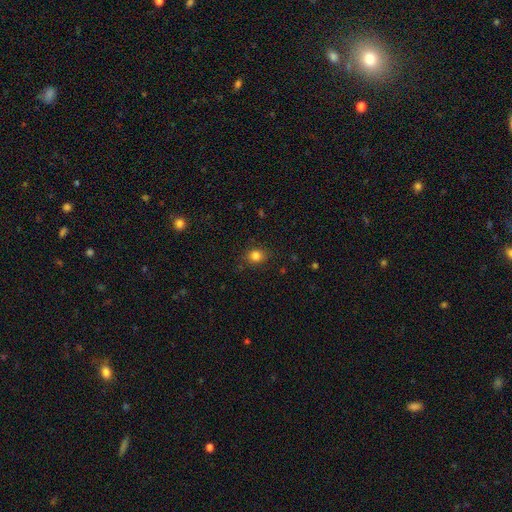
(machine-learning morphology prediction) smooth-or-featured: smooth: 82% | star or artifact: 12% | featured or disk: 6%
  how-rounded: round: 69% | in between: 30% | cigar-shaped: 1%
  merging: none: 84% | minor disturbance: 11% | major disturbance: 3% | merger: 1%